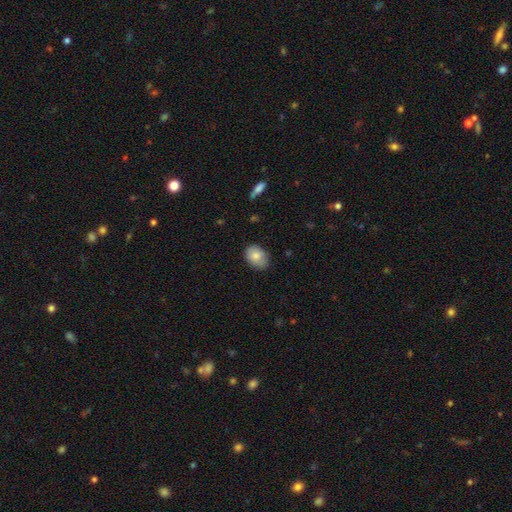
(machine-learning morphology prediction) The model was most divided on "how rounded": in between: 74%, round: 25%, cigar-shaped: 1%. More confident: smooth or featured — smooth (83%); merging — none (73%).